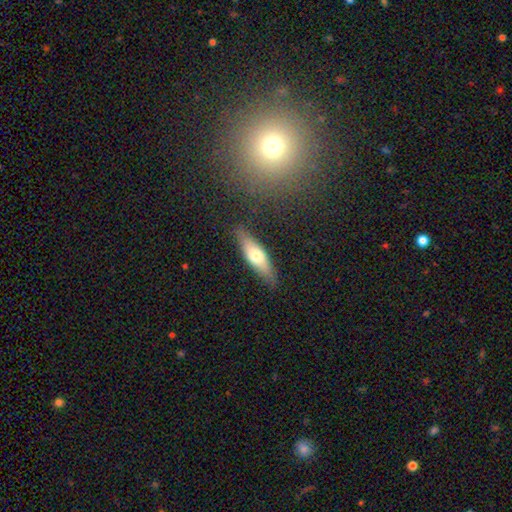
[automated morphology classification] Overall: smooth (60%; featured or disk 34%). How rounded: cigar-shaped (54%; in between 44%). Merging: none (84%).